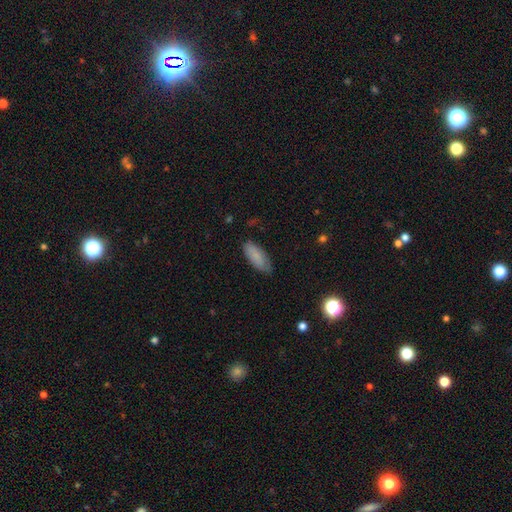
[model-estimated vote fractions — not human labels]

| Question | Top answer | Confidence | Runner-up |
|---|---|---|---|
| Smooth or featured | smooth | 83% | featured or disk (11%) |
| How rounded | in between | 78% | cigar-shaped (20%) |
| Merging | none | 76% | minor disturbance (20%) |